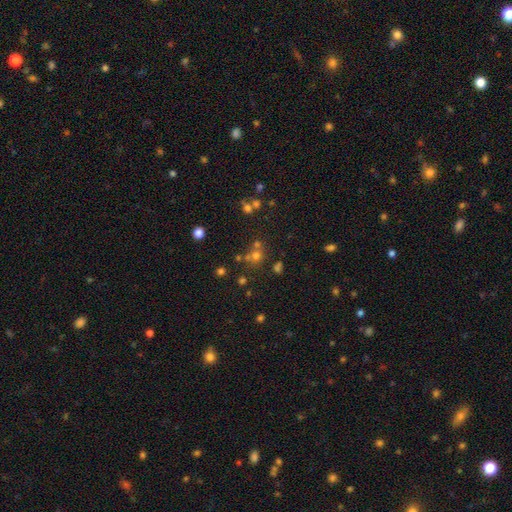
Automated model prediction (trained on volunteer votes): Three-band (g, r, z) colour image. It shows a smooth galaxy with no disk features (59%) that is round (86%). Merging: none (60%).